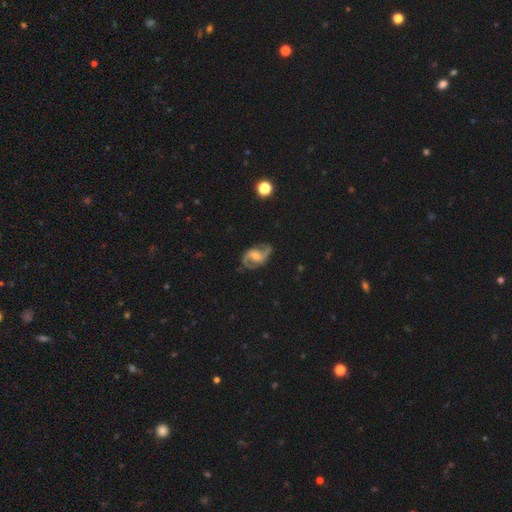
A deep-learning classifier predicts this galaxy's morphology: A featured or disk galaxy (87%) with a weak bar (51%), 2 (93%) medium (48%) spiral arms (97%) and a moderate central bulge (44%).

Vote fractions:
- Smooth or featured? featured or disk: 87% / smooth: 7% / star or artifact: 5%
- Edge-on disk? no: 97% / yes: 3%
- Bar? weak: 51% / no: 28% / strong: 22%
- Spiral arms? yes: 97% / no: 3%
- Spiral winding? medium: 48% / loose: 41% / tight: 11%
- Spiral arm count? 2: 93% / can't tell: 2% / 3: 2% / 1: 1% / 4: 1% / more than 4: 1%
- Bulge size? moderate: 44% / small: 38% / none: 10% / large: 6% / dominant: 1%
- Merging? none: 77% / minor disturbance: 15% / major disturbance: 6% / merger: 2%